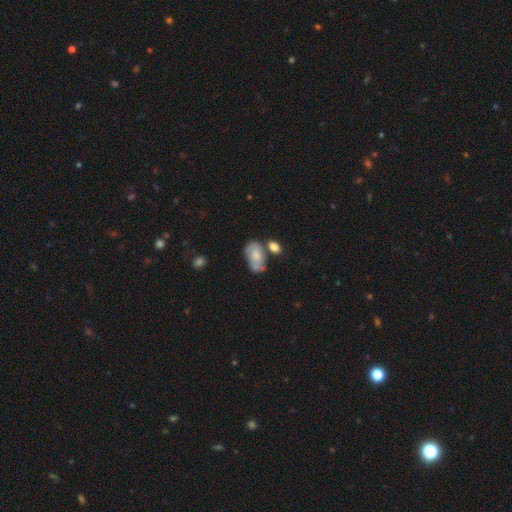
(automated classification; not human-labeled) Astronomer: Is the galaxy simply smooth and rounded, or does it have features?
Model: smooth — 61%.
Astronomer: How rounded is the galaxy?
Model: in between — 91%.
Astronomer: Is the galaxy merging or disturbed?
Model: none — 39% (runner-up: merger, 25%).